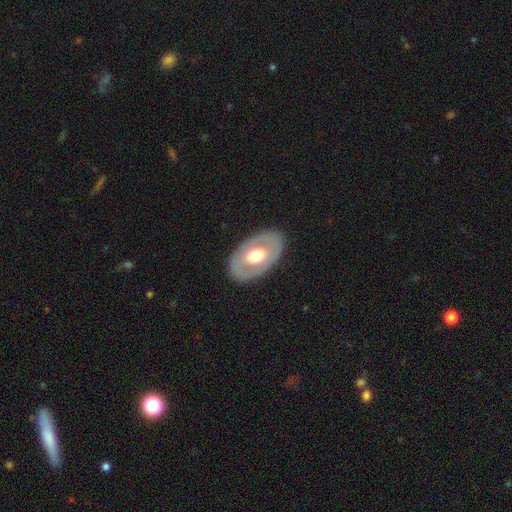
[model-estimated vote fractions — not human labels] smooth_or_featured: featured or disk (p=0.50) [alt: smooth p=0.45]
disk_edge_on: no (p=0.88) [alt: yes p=0.12]
merging: none (p=0.85) [alt: minor disturbance p=0.10]